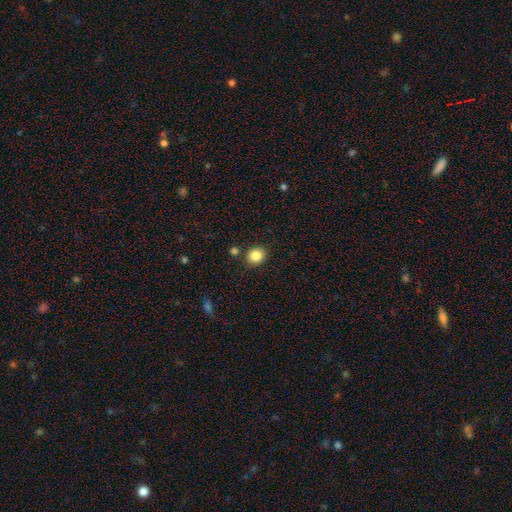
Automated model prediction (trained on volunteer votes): A smooth galaxy with no disk features (85%) that is round (74%).

Vote fractions:
- Smooth or featured? smooth: 85% / star or artifact: 10% / featured or disk: 5%
- How rounded? round: 74% / in between: 25% / cigar-shaped: 1%
- Merging? none: 84% / minor disturbance: 9% / merger: 5% / major disturbance: 2%